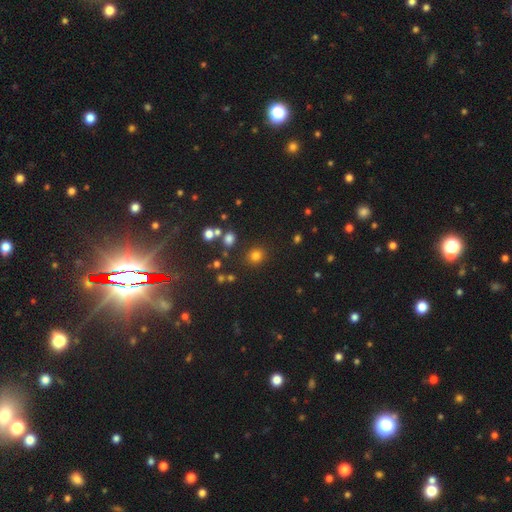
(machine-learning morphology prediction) smooth-or-featured: smooth: 77% | star or artifact: 17% | featured or disk: 6%
  how-rounded: round: 81% | in between: 18% | cigar-shaped: 1%
  merging: none: 84% | minor disturbance: 8% | merger: 4% | major disturbance: 4%